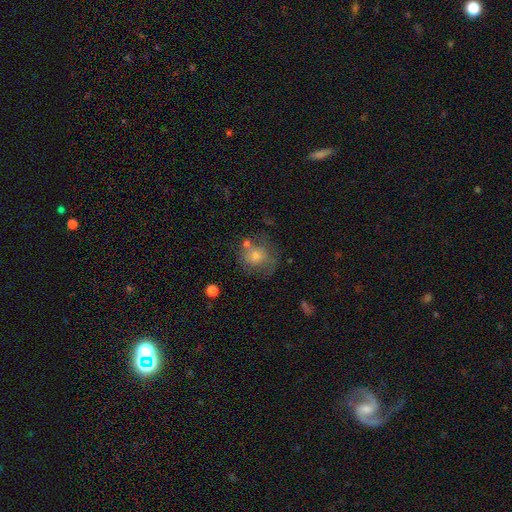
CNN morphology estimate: smooth 58%, featured or disk 29%, star or artifact 14%. Down the decision tree: how rounded — round (81%); merging — none (58%).